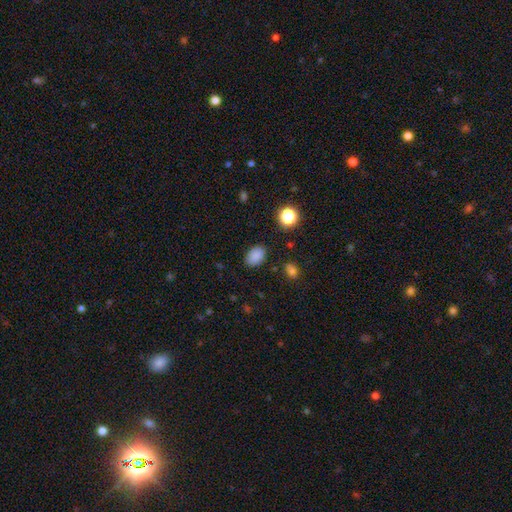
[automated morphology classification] This is clearly a smooth galaxy (86%). How rounded: clearly in between (80%). Merging: clearly none (85%).